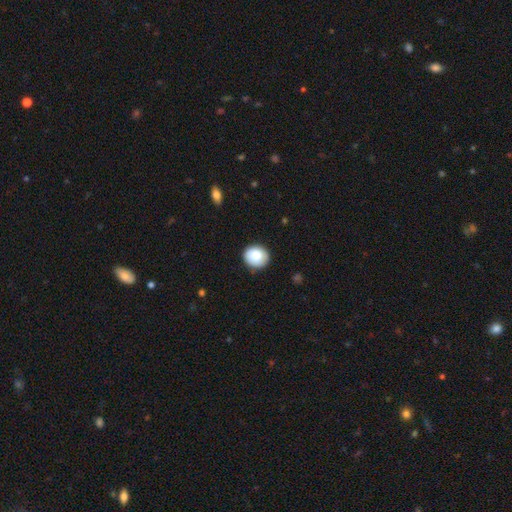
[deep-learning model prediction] Smooth or featured? Predicted: smooth (p=0.83). How rounded? Predicted: round (p=0.81). Merging? Predicted: none (p=0.84).